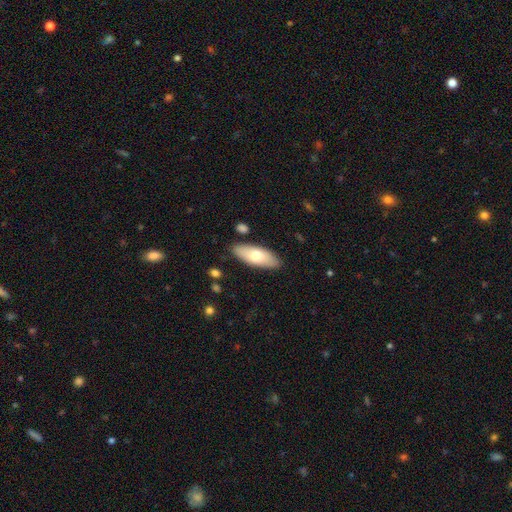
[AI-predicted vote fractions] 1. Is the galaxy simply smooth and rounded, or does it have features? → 72% smooth, 23% featured or disk, 6% star or artifact.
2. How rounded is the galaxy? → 77% in between, 21% cigar-shaped, 2% round.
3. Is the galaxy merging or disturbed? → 86% none, 10% minor disturbance, 2% major disturbance, 2% merger.